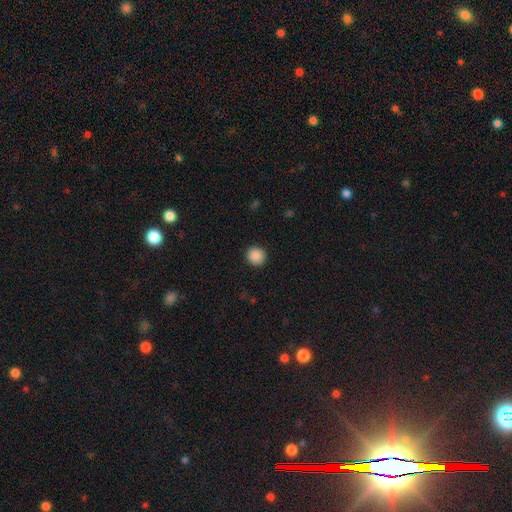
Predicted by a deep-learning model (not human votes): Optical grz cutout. It shows a smooth galaxy with no disk features (89%) that is round (94%). Merging: none (92%).